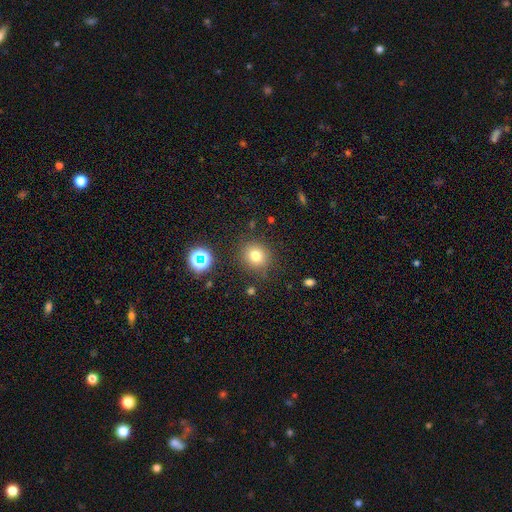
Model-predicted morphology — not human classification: smooth 76%, star or artifact 16%, featured or disk 8%. Down the decision tree: how rounded — round (86%); merging — none (85%).